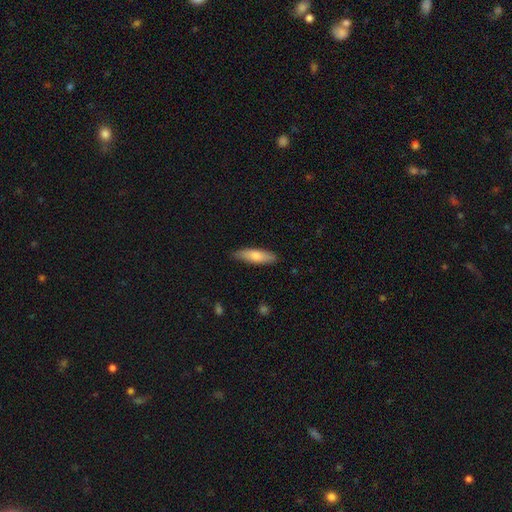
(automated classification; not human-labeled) smooth 73%, featured or disk 21%, star or artifact 5%. Down the decision tree: how rounded — cigar-shaped (58%); merging — none (85%).